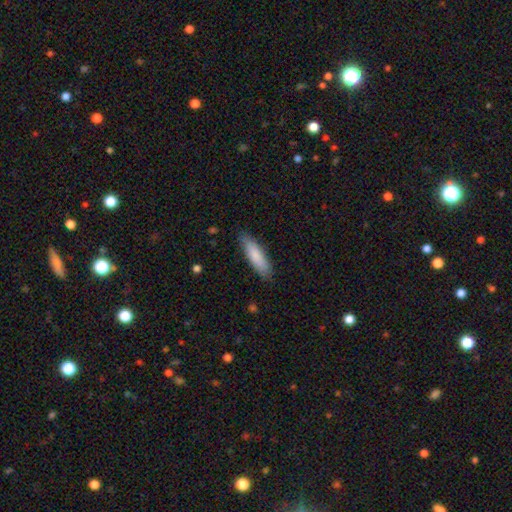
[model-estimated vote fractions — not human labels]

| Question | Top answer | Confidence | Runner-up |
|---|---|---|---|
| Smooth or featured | smooth | 83% | featured or disk (12%) |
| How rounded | cigar-shaped | 64% | in between (34%) |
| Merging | none | 86% | minor disturbance (11%) |